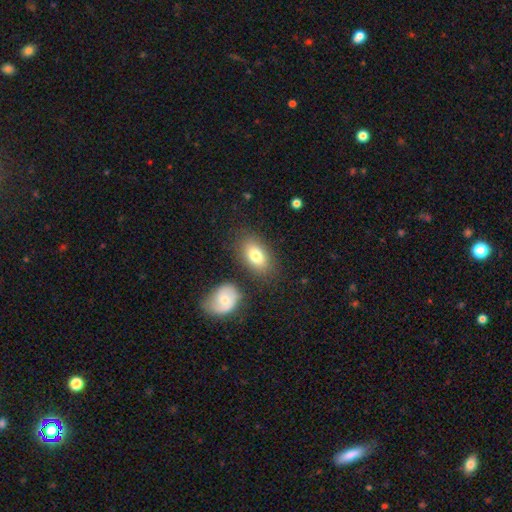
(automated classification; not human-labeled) smooth-or-featured: smooth: 78% | featured or disk: 14% | star or artifact: 8%
  how-rounded: in between: 88% | round: 10% | cigar-shaped: 2%
  merging: none: 77% | minor disturbance: 12% | merger: 7% | major disturbance: 4%